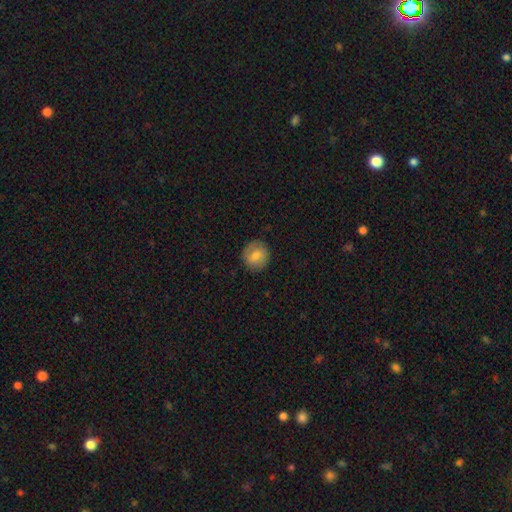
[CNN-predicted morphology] smooth_or_featured: smooth (p=0.71) [alt: featured or disk p=0.20]
how_rounded: round (p=0.90) [alt: in between p=0.09]
merging: none (p=0.88) [alt: minor disturbance p=0.09]